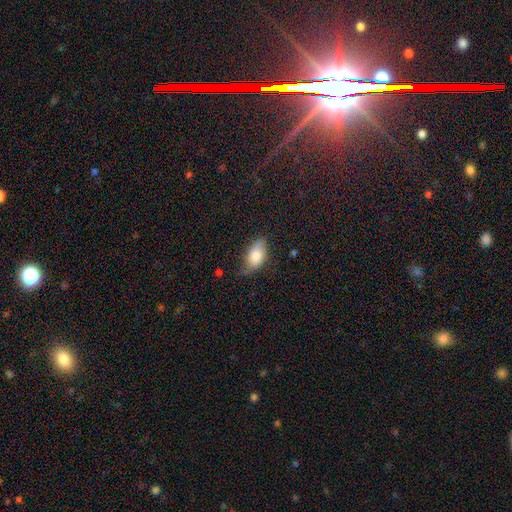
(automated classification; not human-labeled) Smooth or featured? smooth (74%)
How rounded? in between (91%)
Merging? none (59%)